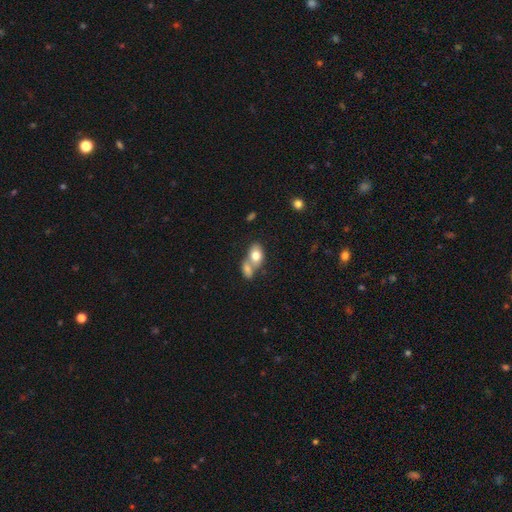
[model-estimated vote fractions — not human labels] smooth 76%, featured or disk 16%, star or artifact 8%. Down the decision tree: how rounded — in between (78%); merging — merger (63%).